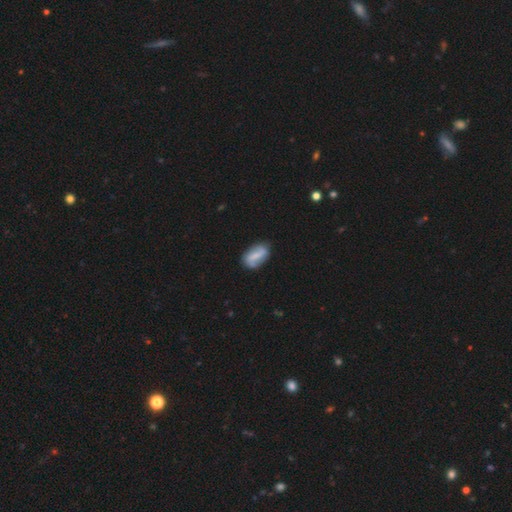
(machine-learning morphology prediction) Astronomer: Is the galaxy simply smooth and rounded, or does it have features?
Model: featured or disk — 48% (runner-up: smooth, 45%).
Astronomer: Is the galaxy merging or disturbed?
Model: none — 74%.